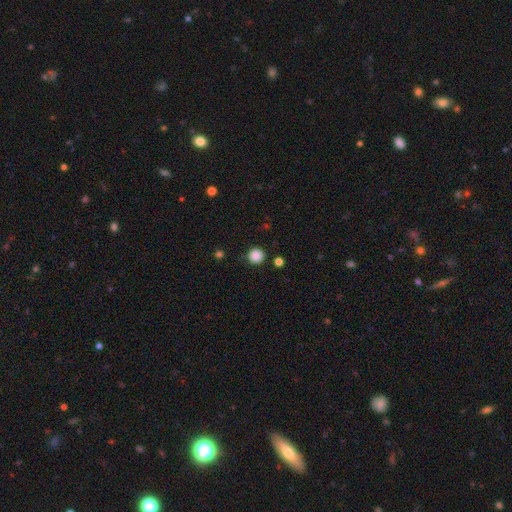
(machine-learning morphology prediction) The model was most divided on "smooth or featured": smooth: 87%, star or artifact: 10%, featured or disk: 3%. More confident: how rounded — round (95%); merging — none (90%).